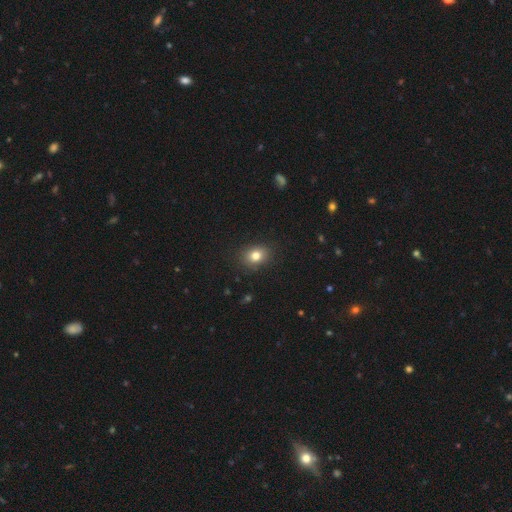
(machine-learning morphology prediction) smooth_or_featured: smooth (p=0.80) [alt: star or artifact p=0.12]
how_rounded: in between (p=0.51) [alt: round p=0.48]
merging: none (p=0.87) [alt: minor disturbance p=0.09]